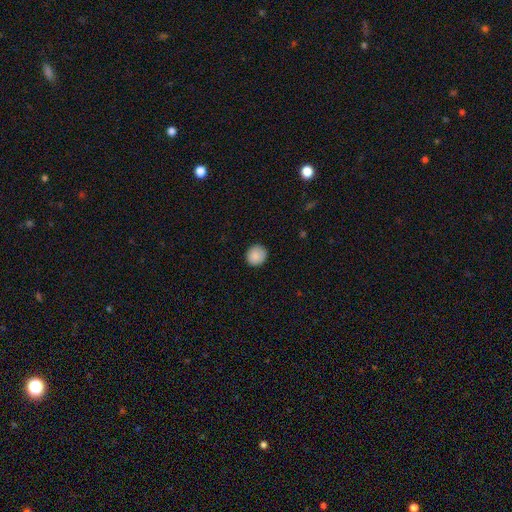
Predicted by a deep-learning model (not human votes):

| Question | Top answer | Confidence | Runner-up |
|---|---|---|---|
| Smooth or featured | smooth | 88% | star or artifact (8%) |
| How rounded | round | 88% | in between (11%) |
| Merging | none | 87% | minor disturbance (10%) |